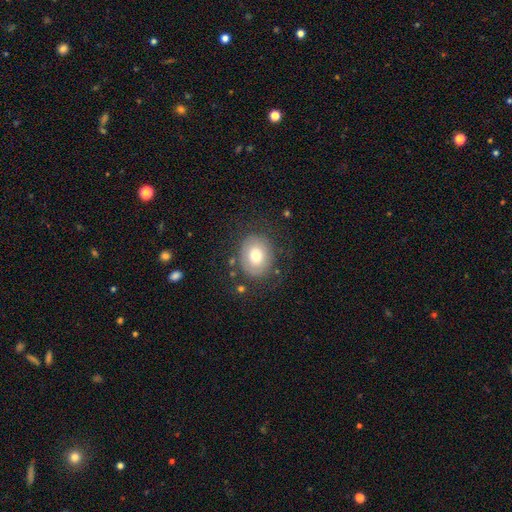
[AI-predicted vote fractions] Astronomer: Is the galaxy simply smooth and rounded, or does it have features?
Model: smooth — 69%.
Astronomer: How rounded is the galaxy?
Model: round — 56% (runner-up: in between, 43%).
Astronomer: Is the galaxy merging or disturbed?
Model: none — 75%.